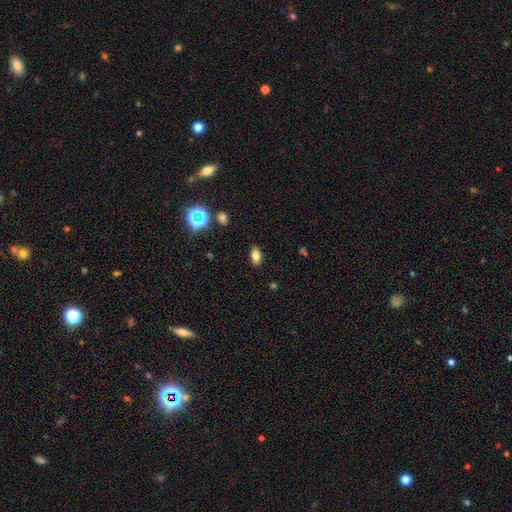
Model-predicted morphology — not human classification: Smooth or featured? Predicted: smooth (p=0.77). How rounded? Predicted: in between (p=0.88). Merging? Predicted: none (p=0.88).